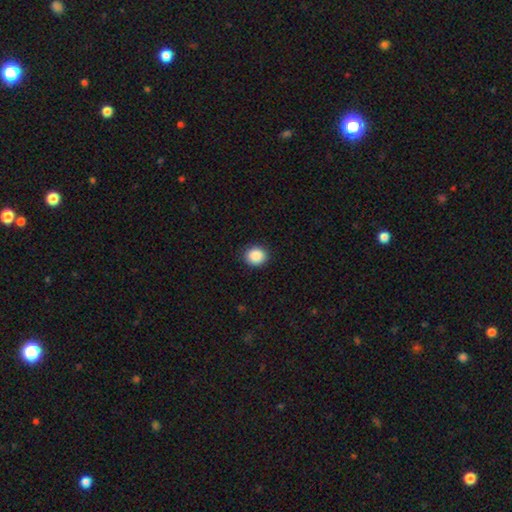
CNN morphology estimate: A smooth galaxy with no disk features (89%) that is round (80%).

Vote fractions:
- Smooth or featured? smooth: 89% / star or artifact: 9% / featured or disk: 3%
- How rounded? round: 80% / in between: 19% / cigar-shaped: 1%
- Merging? none: 90% / minor disturbance: 7% / major disturbance: 2% / merger: 1%